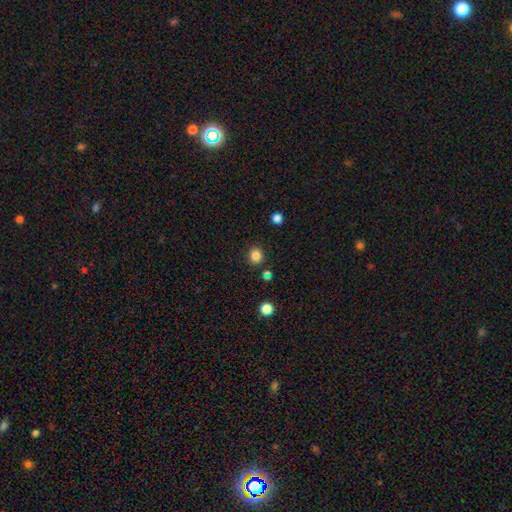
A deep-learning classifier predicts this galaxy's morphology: smooth 83%, star or artifact 13%, featured or disk 4%. Down the decision tree: how rounded — round (87%); merging — none (87%).